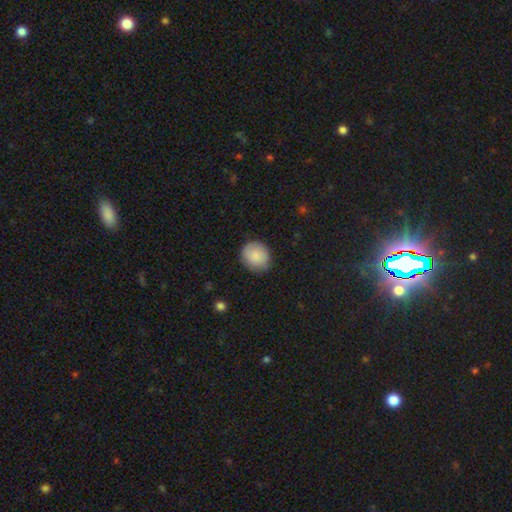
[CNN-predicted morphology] Smooth or featured? Predicted: smooth (p=0.85). How rounded? Predicted: round (p=0.84). Merging? Predicted: none (p=0.83).